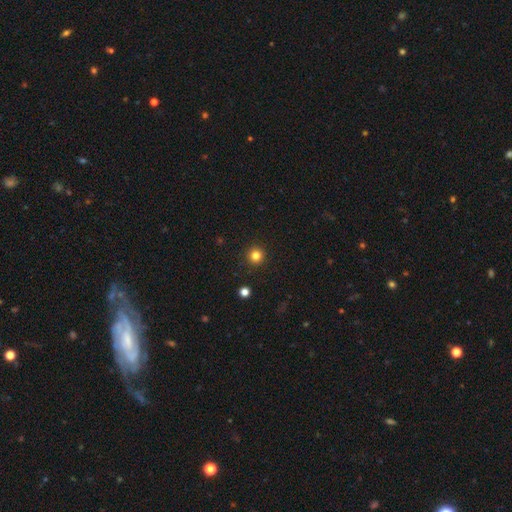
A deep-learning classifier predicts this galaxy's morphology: smooth-or-featured: smooth: 82% | star or artifact: 13% | featured or disk: 5%
  how-rounded: round: 95% | in between: 4% | cigar-shaped: 1%
  merging: none: 93% | minor disturbance: 5% | major disturbance: 2% | merger: 1%